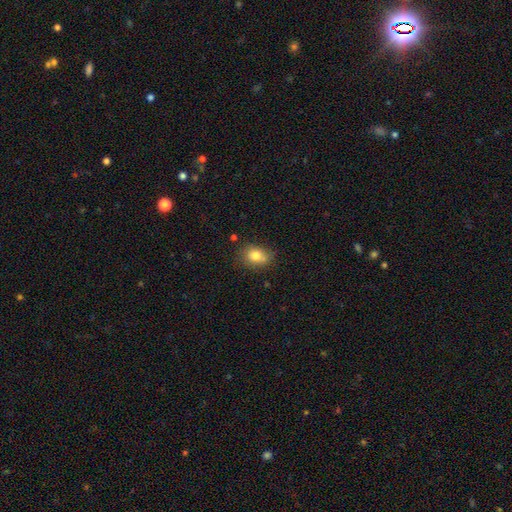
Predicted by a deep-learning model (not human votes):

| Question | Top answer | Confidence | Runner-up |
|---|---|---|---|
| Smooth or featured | smooth | 80% | featured or disk (10%) |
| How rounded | in between | 61% | round (38%) |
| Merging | none | 70% | minor disturbance (21%) |